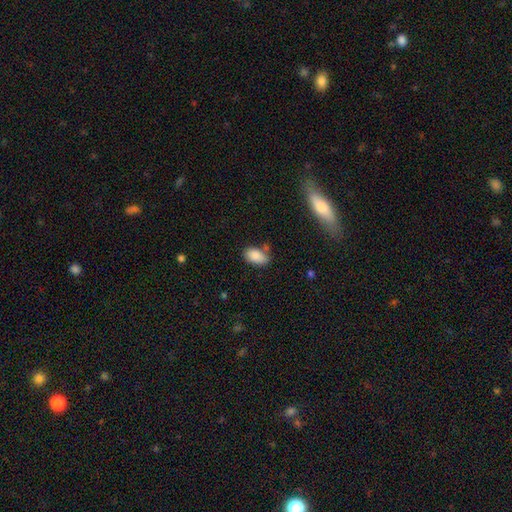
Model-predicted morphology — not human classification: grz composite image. It shows a smooth galaxy with no disk features (87%) that is in between round and cigar-shaped (92%). Merging: none (66%).